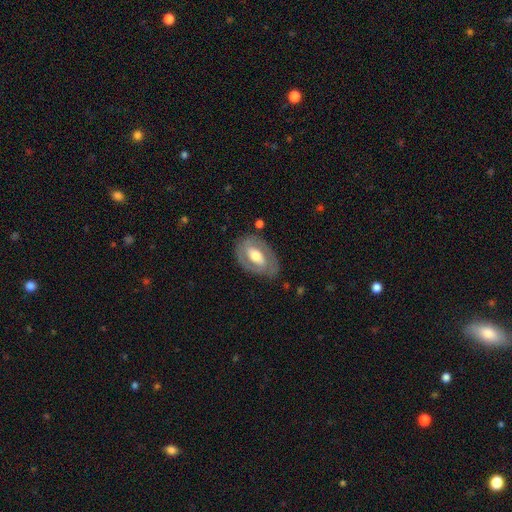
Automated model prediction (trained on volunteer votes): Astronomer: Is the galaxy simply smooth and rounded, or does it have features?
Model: featured or disk — 66%.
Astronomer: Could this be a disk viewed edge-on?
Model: no — 93%.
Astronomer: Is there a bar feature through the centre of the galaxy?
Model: no — 37% (runner-up: weak, 35%).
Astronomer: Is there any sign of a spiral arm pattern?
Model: yes — 54% (runner-up: no, 46%).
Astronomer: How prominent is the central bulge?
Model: moderate — 63%.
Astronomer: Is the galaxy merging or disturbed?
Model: none — 74%.